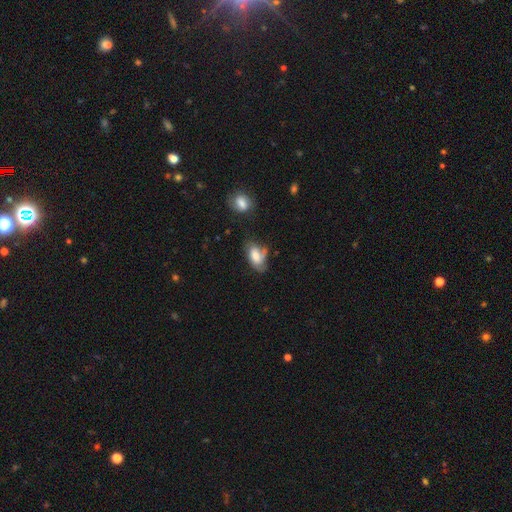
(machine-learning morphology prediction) Overall: smooth (55%; featured or disk 37%). How rounded: in between (89%). Merging: none (39%; minor disturbance 32%).